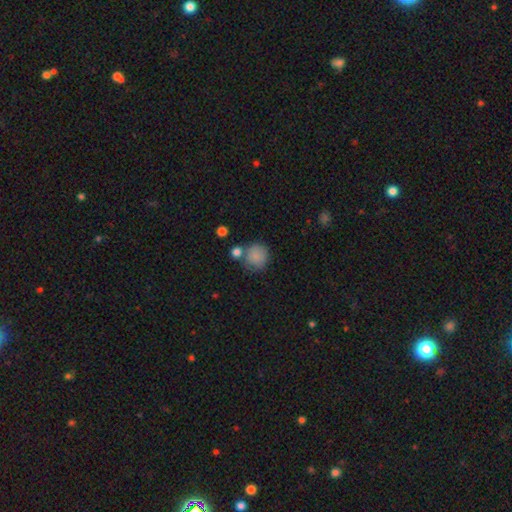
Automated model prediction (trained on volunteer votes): Smooth or featured? Predicted: smooth (p=0.84). How rounded? Predicted: round (p=0.88). Merging? Predicted: none (p=0.63).